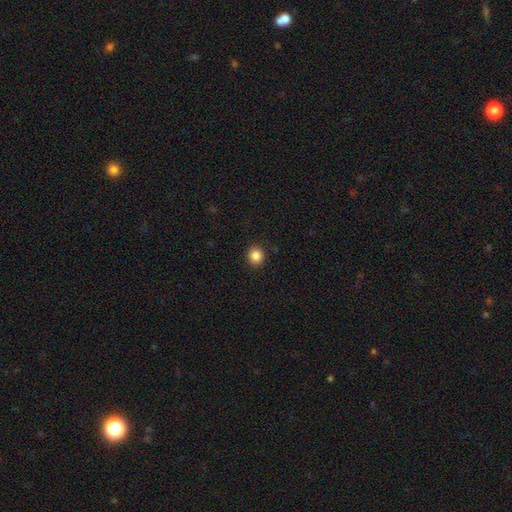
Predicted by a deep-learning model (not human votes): A smooth galaxy with no disk features (86%) that is round (85%). Merging: none (91%).